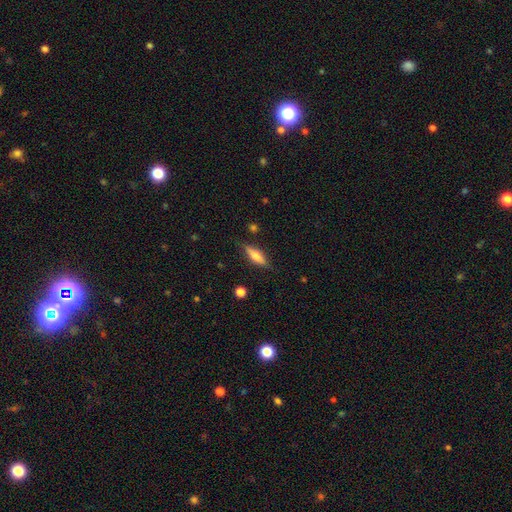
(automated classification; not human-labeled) A smooth galaxy with no disk features (53%) that is cigar-shaped (59%).

Vote fractions:
- Smooth or featured? smooth: 53% / featured or disk: 39% / star or artifact: 7%
- How rounded? cigar-shaped: 59% / in between: 39% / round: 3%
- Merging? none: 82% / minor disturbance: 13% / major disturbance: 3% / merger: 1%